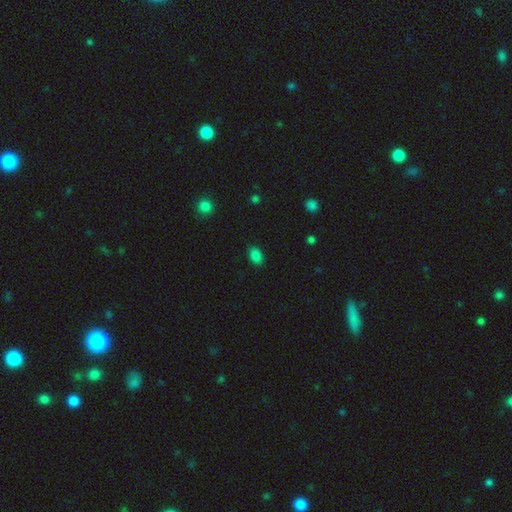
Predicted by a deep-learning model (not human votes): Smooth or featured: smooth — 84% (star or artifact — 12%)
How rounded: in between — 82% (round — 17%)
Merging: none — 85% (minor disturbance — 11%)